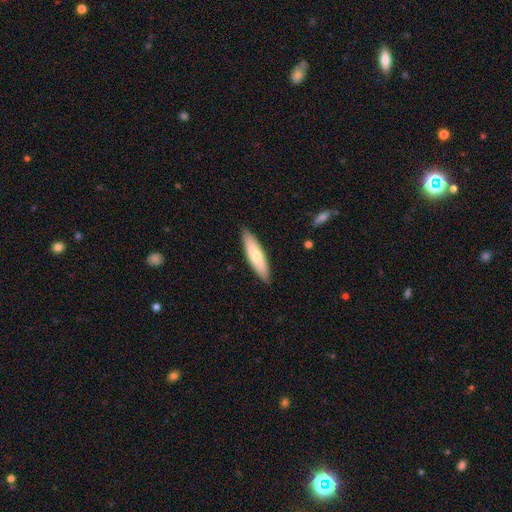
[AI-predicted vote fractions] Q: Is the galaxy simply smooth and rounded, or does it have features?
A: smooth — 67%.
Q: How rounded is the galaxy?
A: cigar-shaped — 69%.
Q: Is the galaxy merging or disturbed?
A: none — 88%.